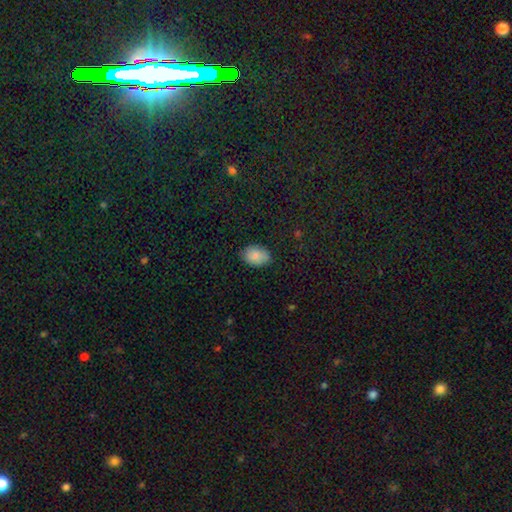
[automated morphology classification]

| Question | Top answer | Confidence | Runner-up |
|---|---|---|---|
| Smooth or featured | smooth | 86% | star or artifact (8%) |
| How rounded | in between | 79% | round (20%) |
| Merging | none | 81% | minor disturbance (15%) |